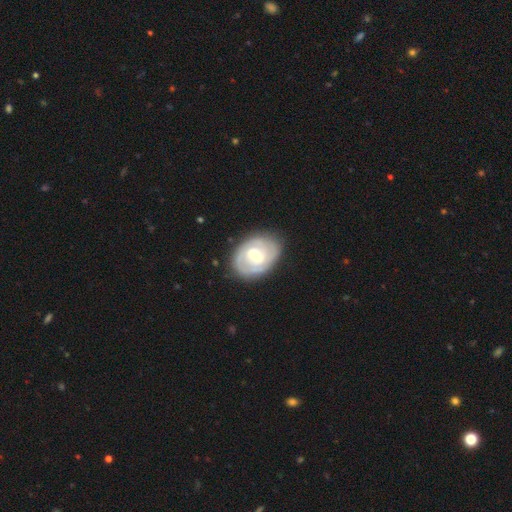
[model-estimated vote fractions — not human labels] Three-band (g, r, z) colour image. It shows a featured or disk galaxy (69%) with a weak bar (49%), 2 (42%) tight (65%) spiral arms (76%) and a moderate central bulge (67%). Merging: none (77%).